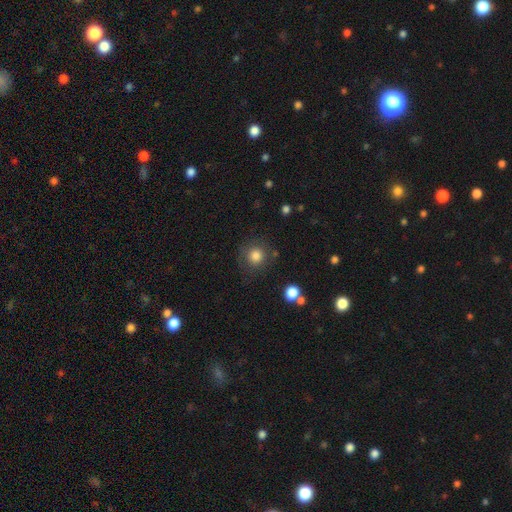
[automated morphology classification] This appears to be a smooth galaxy with no disk features (82%) that is round (91%). Merging: none (79%).